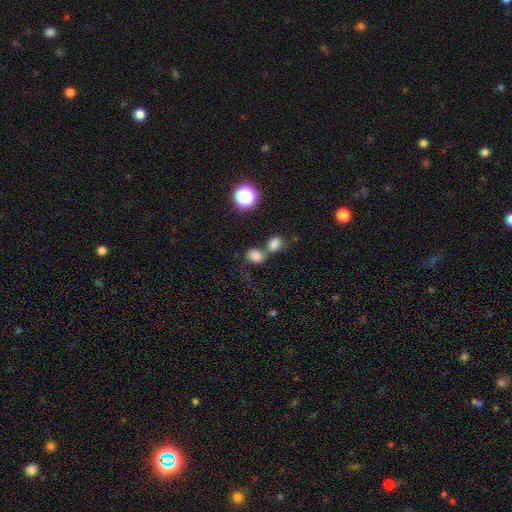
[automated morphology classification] A smooth galaxy with no disk features (78%) that is in between round and cigar-shaped (64%). Merging: merger (57%).